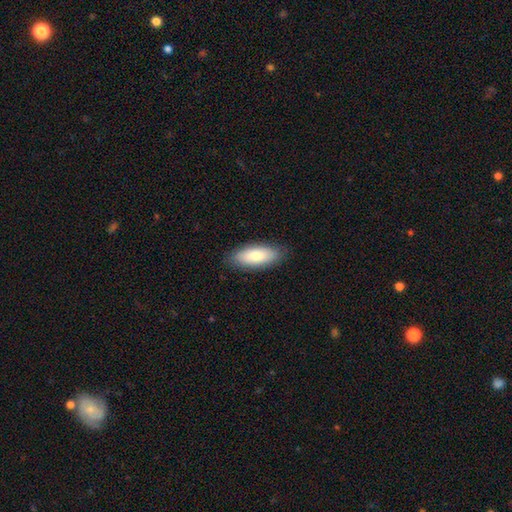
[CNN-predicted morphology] A smooth galaxy with no disk features (77%) that is in between round and cigar-shaped (79%). Merging: none (86%).